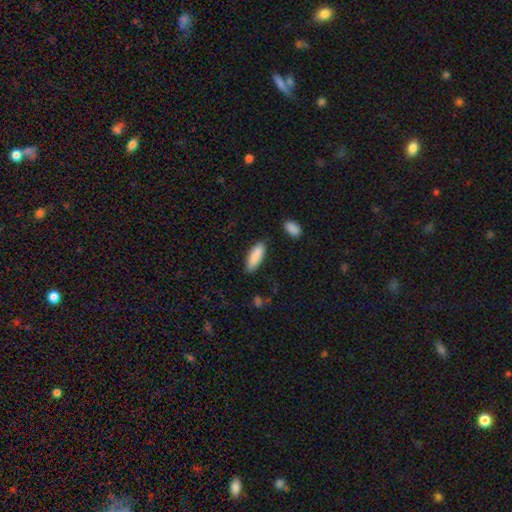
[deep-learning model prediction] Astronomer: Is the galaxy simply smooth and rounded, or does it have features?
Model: smooth — 88%.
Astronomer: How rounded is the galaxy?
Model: in between — 57% (runner-up: cigar-shaped, 41%).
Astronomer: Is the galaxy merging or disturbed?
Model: none — 82%.